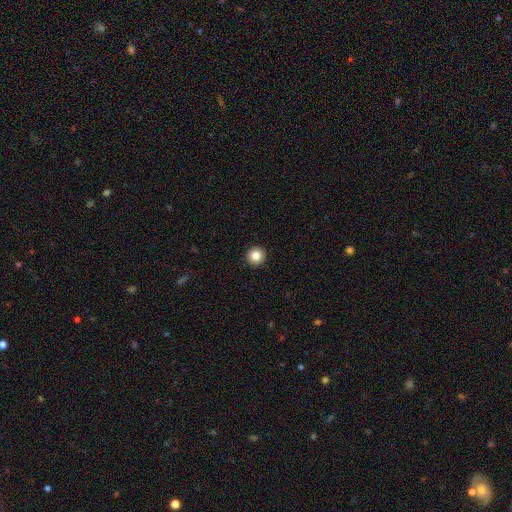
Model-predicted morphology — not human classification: This is clearly a smooth galaxy (84%). How rounded: clearly round (96%). Merging: clearly none (94%).